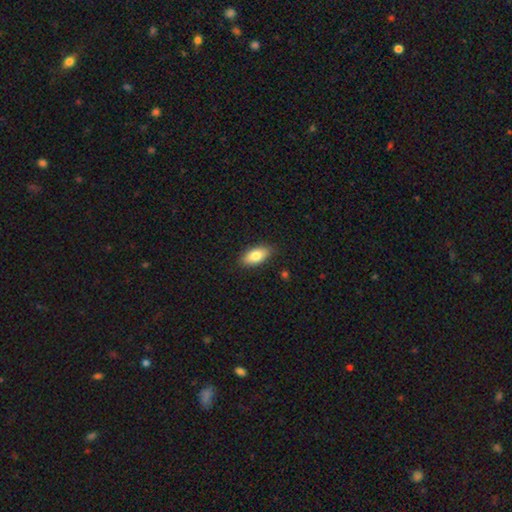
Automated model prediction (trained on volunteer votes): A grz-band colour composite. It shows a smooth galaxy with no disk features (81%) that is in between round and cigar-shaped (89%). Merging: none (87%).